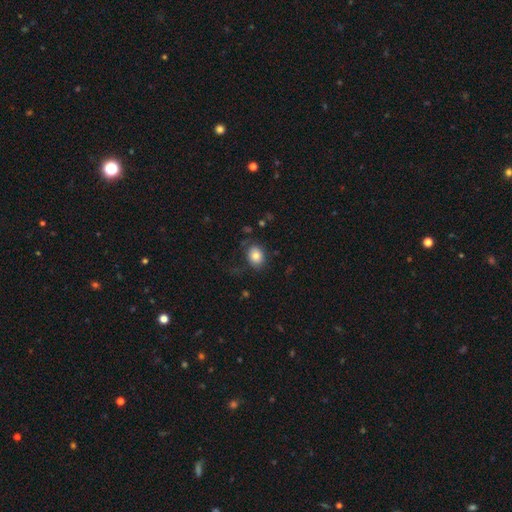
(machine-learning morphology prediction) Smooth or featured? smooth (80%)
How rounded? in between (53%)
Merging? none (73%)